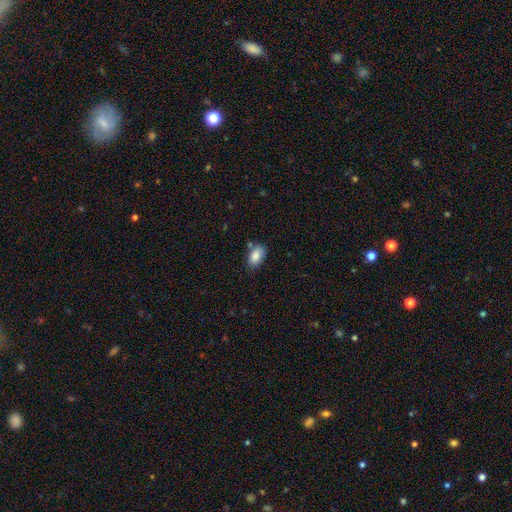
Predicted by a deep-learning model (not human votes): The model was most divided on "merging": none: 72%, minor disturbance: 18%, merger: 6%, major disturbance: 4%. More confident: how rounded — in between (91%); smooth or featured — smooth (86%).